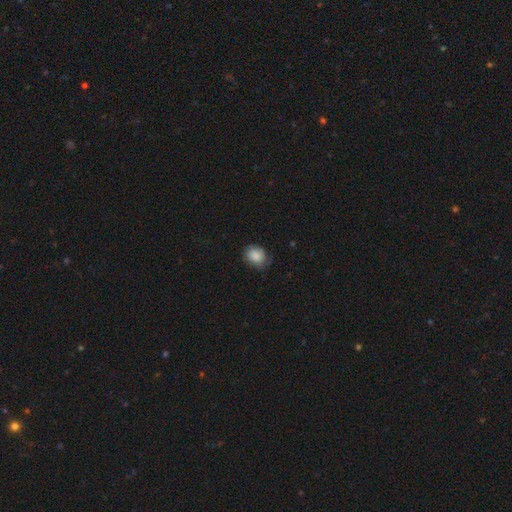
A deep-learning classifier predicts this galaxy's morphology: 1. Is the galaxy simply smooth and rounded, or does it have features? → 81% smooth, 11% featured or disk, 8% star or artifact.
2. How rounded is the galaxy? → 50% round, 49% in between, 1% cigar-shaped.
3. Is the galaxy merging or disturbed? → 65% none, 27% minor disturbance, 7% major disturbance, 1% merger.